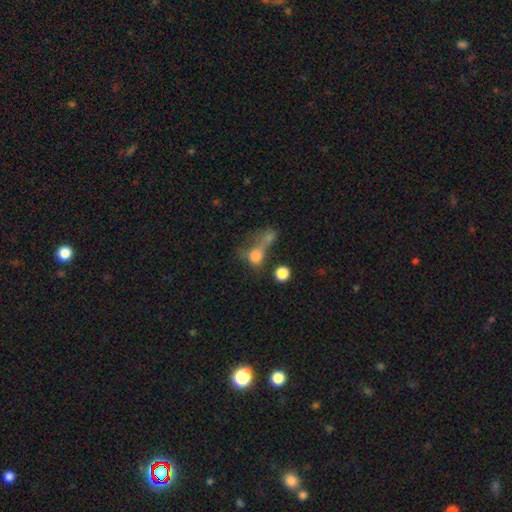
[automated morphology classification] type=smooth (69%); roundness=round (61%); merging=merger (40%).